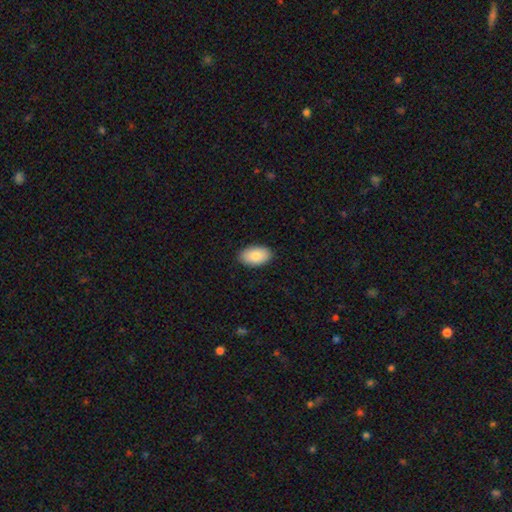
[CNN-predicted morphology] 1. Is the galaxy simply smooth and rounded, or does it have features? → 86% smooth, 7% featured or disk, 6% star or artifact.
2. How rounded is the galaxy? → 95% in between, 4% round, 1% cigar-shaped.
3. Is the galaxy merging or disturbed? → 88% none, 9% minor disturbance, 2% major disturbance, 1% merger.